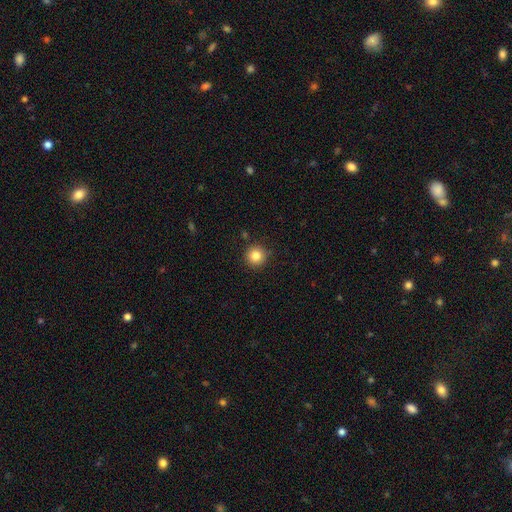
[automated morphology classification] The model was most divided on "smooth or featured": smooth: 83%, star or artifact: 11%, featured or disk: 6%. More confident: how rounded — round (95%); merging — none (89%).